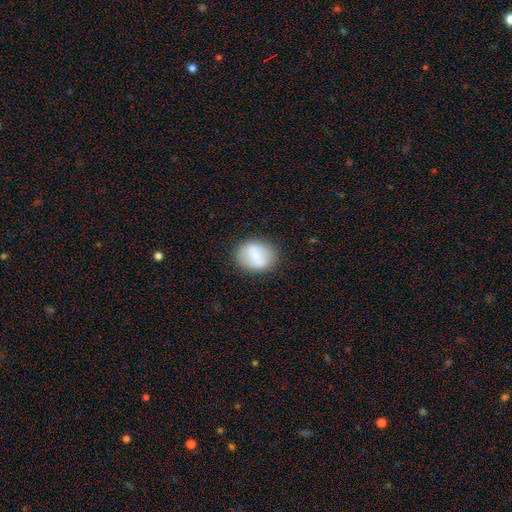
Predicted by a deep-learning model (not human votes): smooth_or_featured: smooth (p=0.69) [alt: featured or disk p=0.23]
how_rounded: round (p=0.52) [alt: in between p=0.46]
merging: none (p=0.81) [alt: minor disturbance p=0.13]